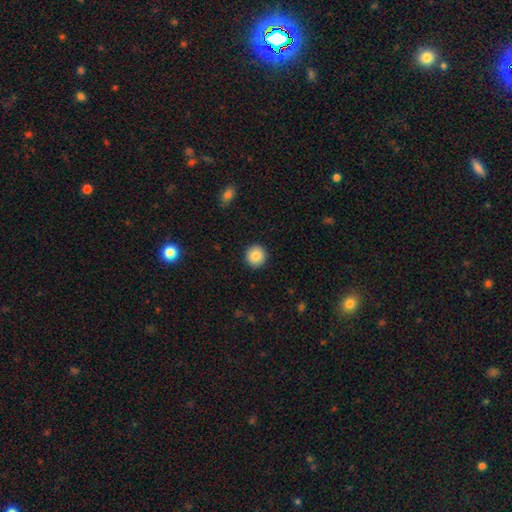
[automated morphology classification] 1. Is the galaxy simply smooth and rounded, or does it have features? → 86% smooth, 8% star or artifact, 5% featured or disk.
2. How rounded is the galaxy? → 95% round, 4% in between, 1% cigar-shaped.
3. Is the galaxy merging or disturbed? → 92% none, 5% minor disturbance, 2% major disturbance, 1% merger.